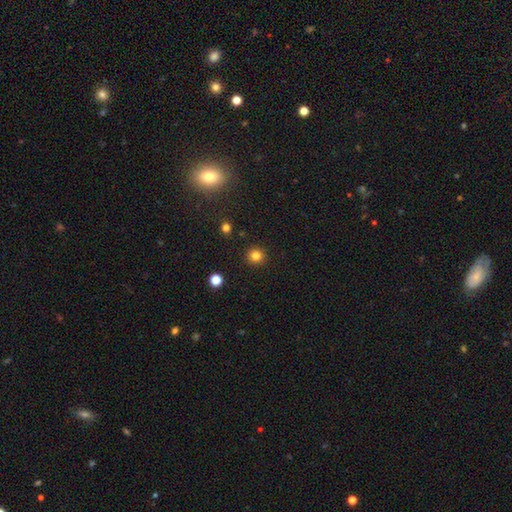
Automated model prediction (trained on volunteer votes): This is clearly a smooth galaxy (81%). How rounded: clearly round (94%). Merging: clearly none (92%).